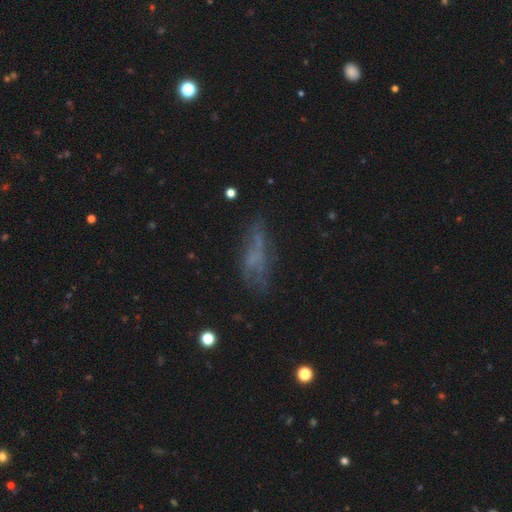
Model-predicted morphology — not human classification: Overall: featured or disk (41%, tied with smooth). Merging: none (47%; minor disturbance 25%).